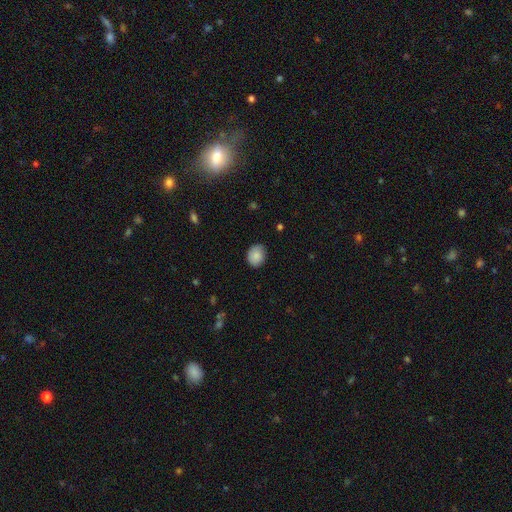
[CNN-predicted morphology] smooth-or-featured: smooth: 87% | star or artifact: 7% | featured or disk: 6%
  how-rounded: round: 56% | in between: 43% | cigar-shaped: 1%
  merging: none: 84% | minor disturbance: 13% | major disturbance: 2% | merger: 1%